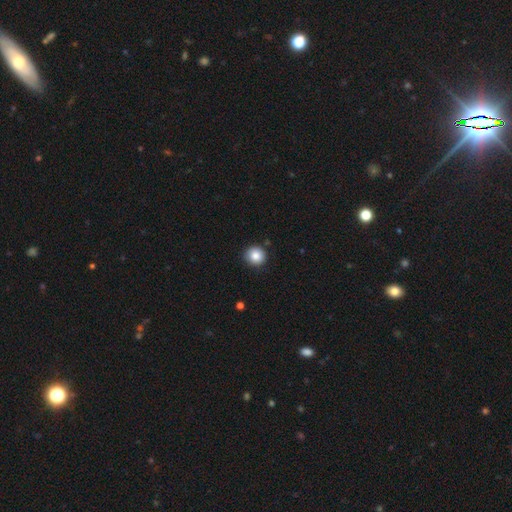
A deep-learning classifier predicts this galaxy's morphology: smooth 86%, star or artifact 9%, featured or disk 5%. Down the decision tree: how rounded — round (92%); merging — none (89%).